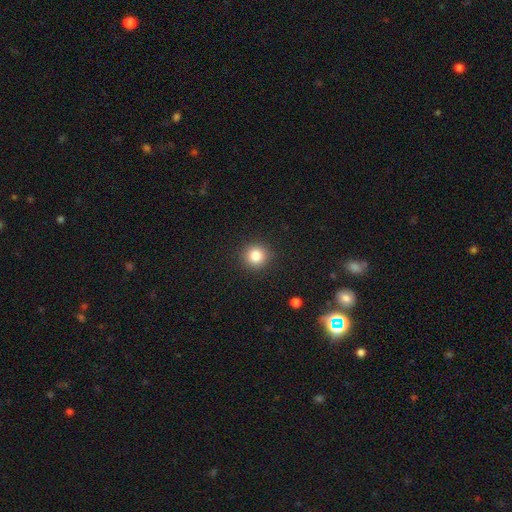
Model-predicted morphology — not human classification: smooth 84%, star or artifact 11%, featured or disk 5%. Down the decision tree: how rounded — round (93%); merging — none (91%).